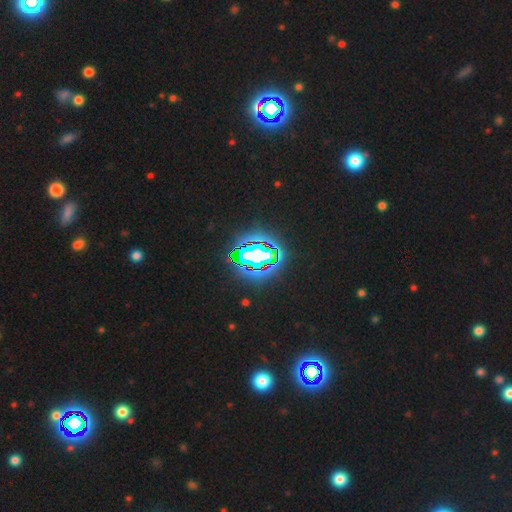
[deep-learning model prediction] A star or artifact, not a galaxy (75%).

Vote fractions:
- Smooth or featured? star or artifact: 75% / featured or disk: 13% / smooth: 12%